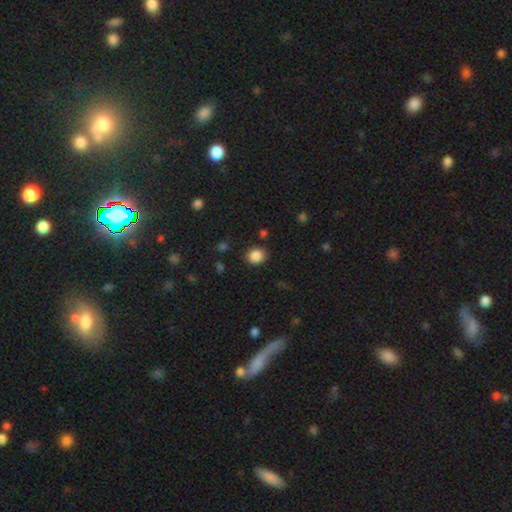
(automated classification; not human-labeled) This is clearly a smooth galaxy (86%). How rounded: likely round (74%). Merging: clearly none (86%).